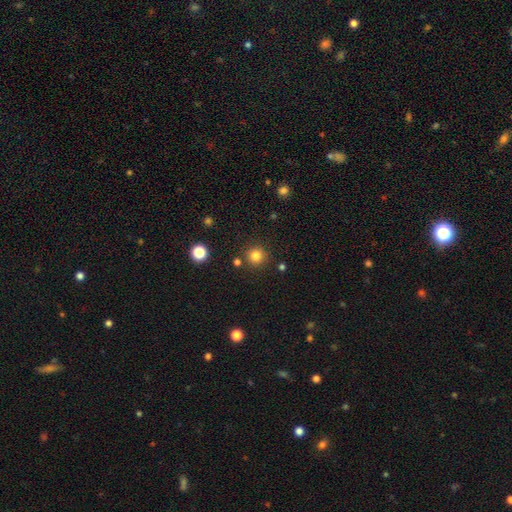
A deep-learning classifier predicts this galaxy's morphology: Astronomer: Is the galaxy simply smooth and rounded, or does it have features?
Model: smooth — 82%.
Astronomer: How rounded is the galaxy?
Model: round — 94%.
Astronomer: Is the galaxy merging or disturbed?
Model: none — 86%.